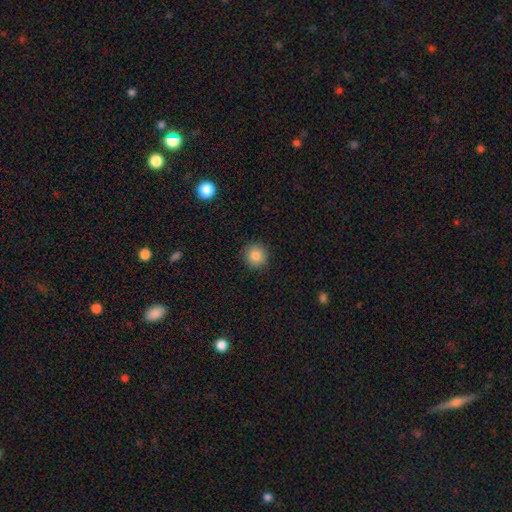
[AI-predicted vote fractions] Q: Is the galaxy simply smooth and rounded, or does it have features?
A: smooth — 83%.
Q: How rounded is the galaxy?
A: round — 93%.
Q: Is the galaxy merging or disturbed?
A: none — 92%.